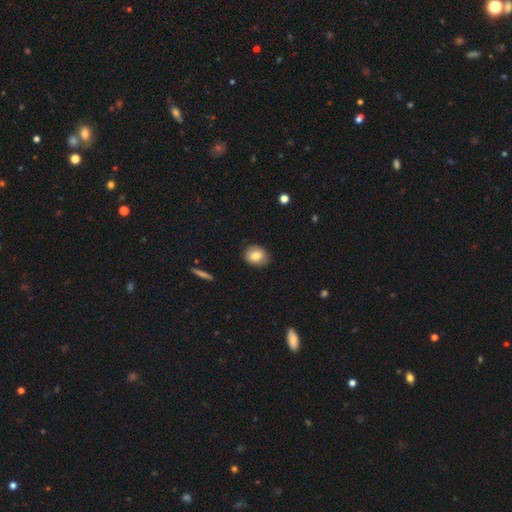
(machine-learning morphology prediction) smooth_or_featured: smooth (p=0.79) [alt: featured or disk p=0.13]
how_rounded: round (p=0.57) [alt: in between p=0.42]
merging: none (p=0.85) [alt: minor disturbance p=0.12]